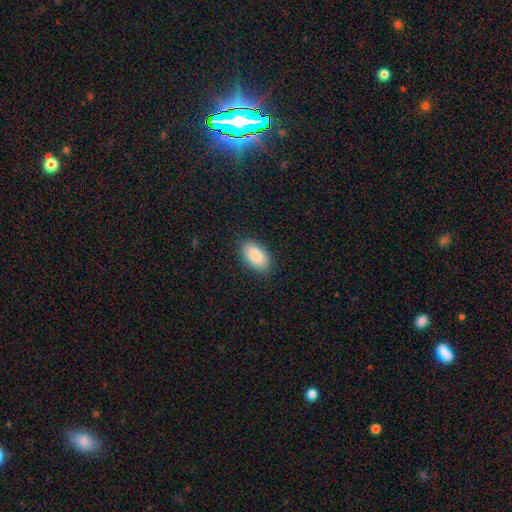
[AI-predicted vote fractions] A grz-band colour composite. It shows a smooth galaxy with no disk features (89%) that is in between round and cigar-shaped (95%). Merging: none (86%).